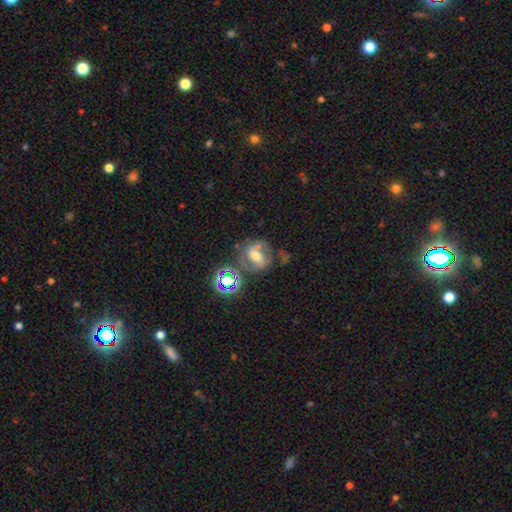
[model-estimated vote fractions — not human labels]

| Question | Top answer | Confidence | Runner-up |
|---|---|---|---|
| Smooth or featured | featured or disk | 54% | smooth (28%) |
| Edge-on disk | no | 95% | yes (5%) |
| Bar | strong | 36% | weak (35%) |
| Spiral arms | yes | 70% | no (30%) |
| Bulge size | moderate | 65% | small (20%) |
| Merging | none | 54% | minor disturbance (21%) |